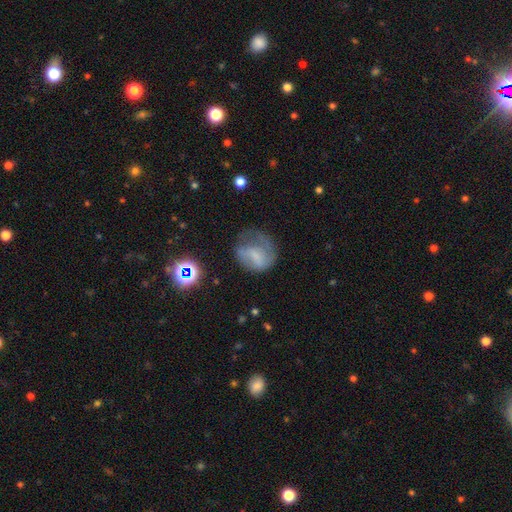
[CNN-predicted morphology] A smooth galaxy with no disk features (46%).

Vote fractions:
- Smooth or featured? smooth: 46% / featured or disk: 41% / star or artifact: 13%
- Merging? none: 38% / major disturbance: 33% / minor disturbance: 26% / merger: 3%